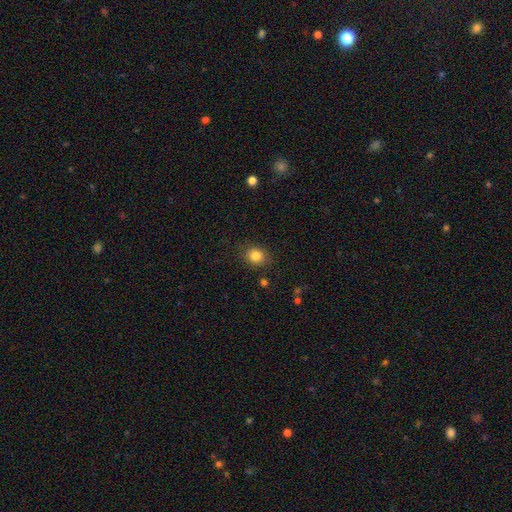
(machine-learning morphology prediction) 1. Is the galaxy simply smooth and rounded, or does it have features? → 83% smooth, 11% star or artifact, 6% featured or disk.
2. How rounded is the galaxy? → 73% round, 26% in between, 1% cigar-shaped.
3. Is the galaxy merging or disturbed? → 87% none, 9% minor disturbance, 3% major disturbance, 2% merger.